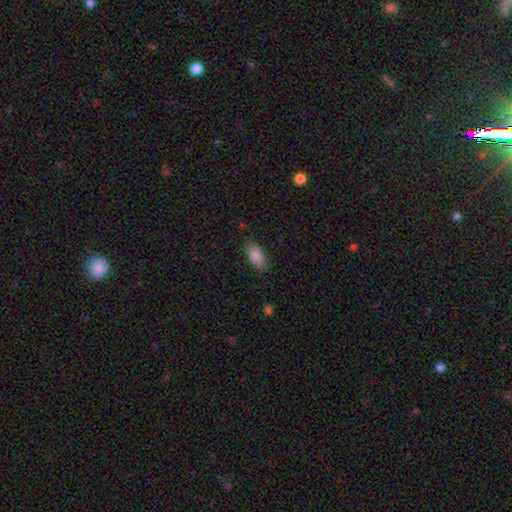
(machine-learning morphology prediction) Smooth or featured?
  - smooth: 84% *
  - featured or disk: 9%
  - star or artifact: 7%
How rounded?
  - in between: 90% *
  - cigar-shaped: 7%
  - round: 3%
Merging?
  - none: 80% *
  - minor disturbance: 15%
  - major disturbance: 3%
  - merger: 1%